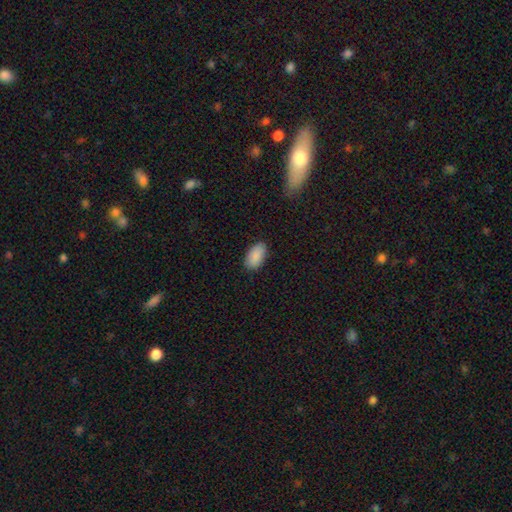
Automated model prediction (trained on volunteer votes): This appears to be a smooth galaxy with no disk features (89%) that is in between round and cigar-shaped (94%). Merging: none (88%).